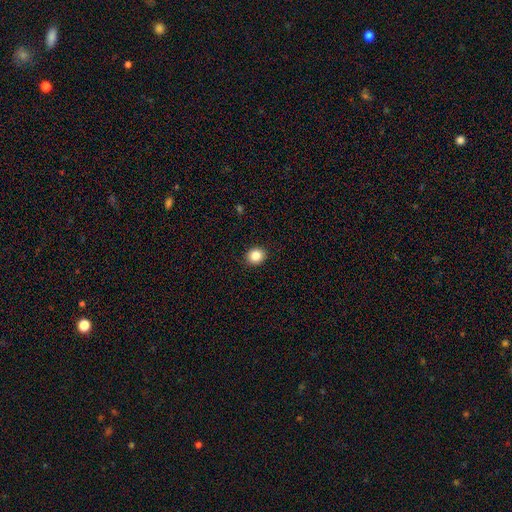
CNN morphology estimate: Smooth or featured? smooth (85%)
How rounded? round (74%)
Merging? none (91%)